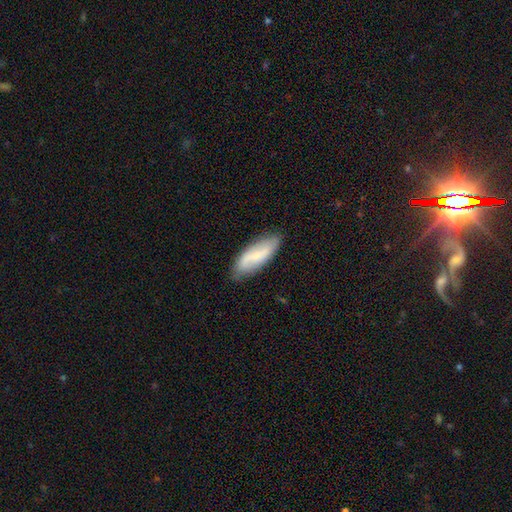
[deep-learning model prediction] Smooth or featured? smooth (53%)
How rounded? in between (67%)
Merging? none (82%)